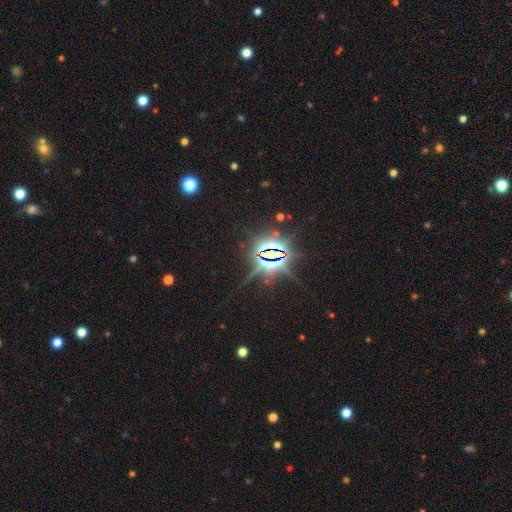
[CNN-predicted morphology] smooth_or_featured: star or artifact (p=0.85) [alt: smooth p=0.09]